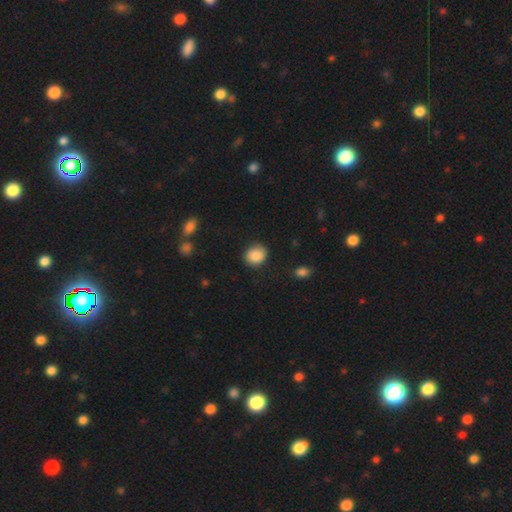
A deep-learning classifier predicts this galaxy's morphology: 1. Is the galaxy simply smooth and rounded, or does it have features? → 88% smooth, 8% star or artifact, 4% featured or disk.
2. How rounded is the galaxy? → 76% round, 23% in between, 1% cigar-shaped.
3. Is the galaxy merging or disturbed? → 86% none, 10% minor disturbance, 3% major disturbance, 1% merger.